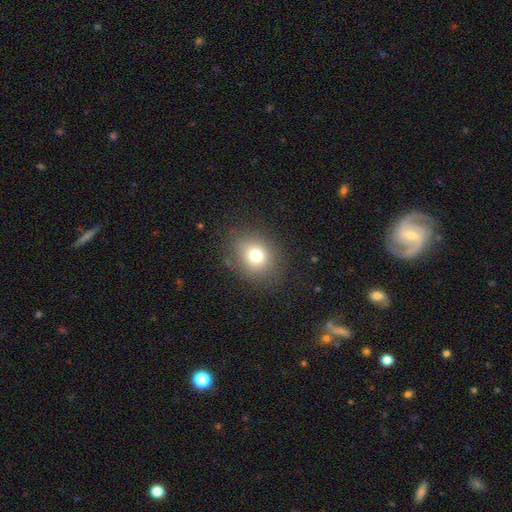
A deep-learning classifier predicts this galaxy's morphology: smooth 75%, star or artifact 14%, featured or disk 12%. Down the decision tree: how rounded — round (60%); merging — none (82%).